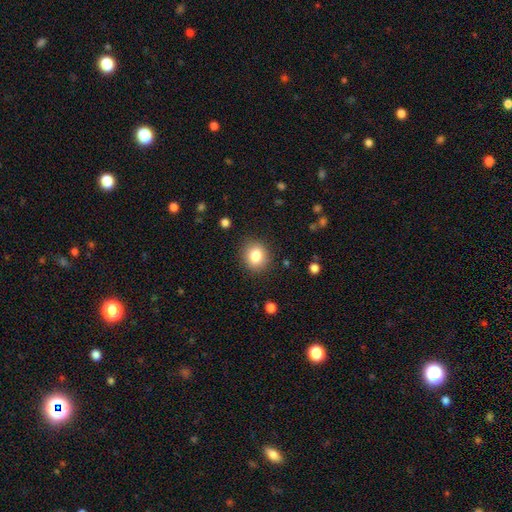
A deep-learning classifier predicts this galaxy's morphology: Overall: smooth (83%). How rounded: round (77%). Merging: none (88%).